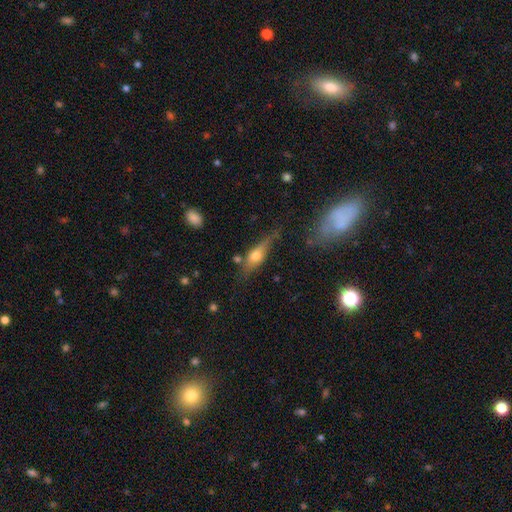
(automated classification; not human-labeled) The model was most divided on "smooth or featured" (2-way tie): smooth: 46%, featured or disk: 46%, star or artifact: 8%. More confident: merging — none (61%).